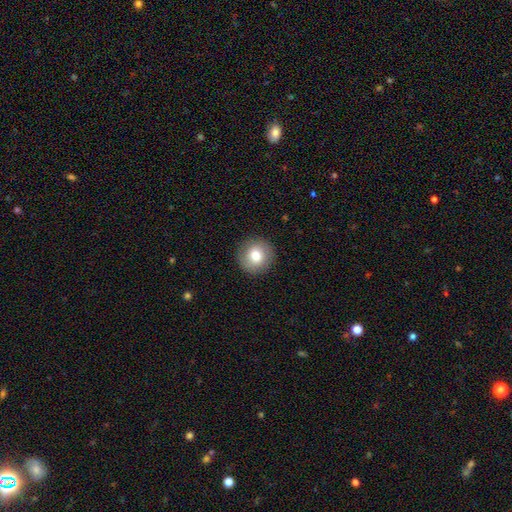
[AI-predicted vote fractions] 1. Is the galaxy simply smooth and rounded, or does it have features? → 77% smooth, 14% featured or disk, 9% star or artifact.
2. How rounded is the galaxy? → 93% round, 6% in between, 1% cigar-shaped.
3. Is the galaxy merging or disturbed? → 91% none, 6% minor disturbance, 2% major disturbance, 1% merger.